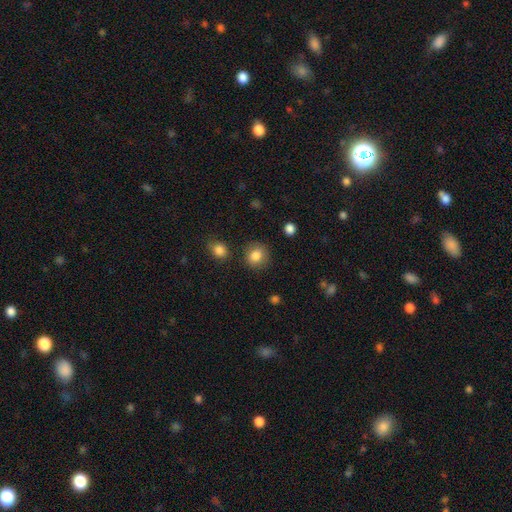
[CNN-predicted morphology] smooth 84%, star or artifact 10%, featured or disk 6%. Down the decision tree: how rounded — round (81%); merging — none (83%).